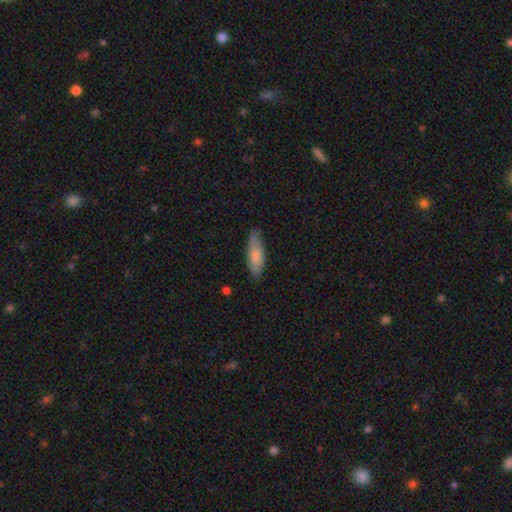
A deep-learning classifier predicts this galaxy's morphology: smooth 79%, featured or disk 16%, star or artifact 5%. Down the decision tree: how rounded — cigar-shaped (50%); merging — none (79%).